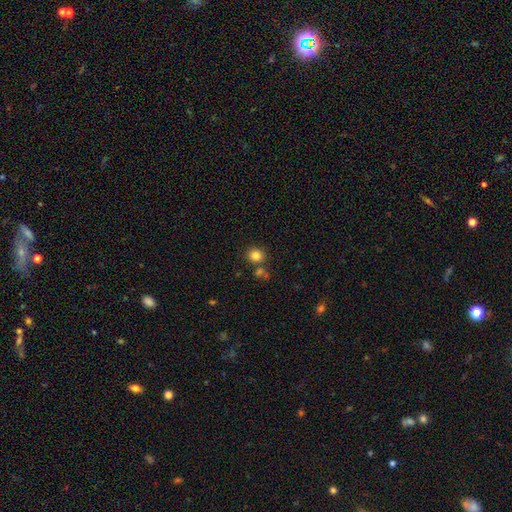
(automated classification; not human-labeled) Overall: smooth (82%). How rounded: round (85%). Merging: none (76%).